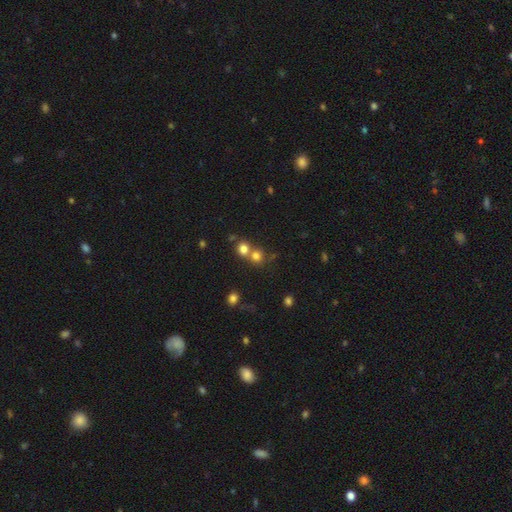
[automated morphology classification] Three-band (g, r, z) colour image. It shows a smooth galaxy with no disk features (76%) that is round (83%). Merging: none (46%).